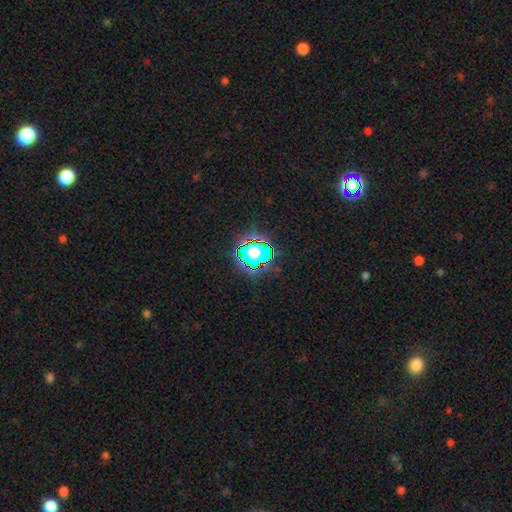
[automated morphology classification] star or artifact 71%, smooth 19%, featured or disk 10%.